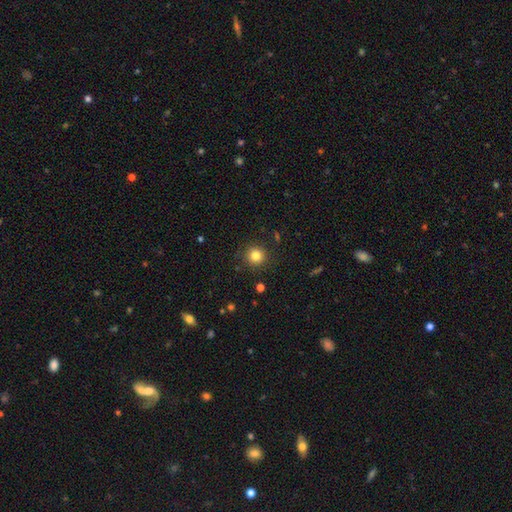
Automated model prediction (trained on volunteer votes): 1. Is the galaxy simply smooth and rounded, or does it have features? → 82% smooth, 12% star or artifact, 6% featured or disk.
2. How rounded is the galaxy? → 93% round, 6% in between, 1% cigar-shaped.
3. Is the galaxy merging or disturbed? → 90% none, 6% minor disturbance, 2% major disturbance, 1% merger.